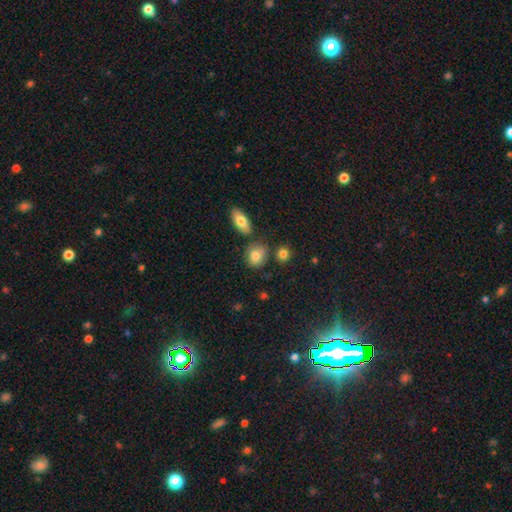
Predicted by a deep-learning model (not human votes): smooth 81%, featured or disk 10%, star or artifact 9%. Down the decision tree: how rounded — round (52%); merging — none (65%).